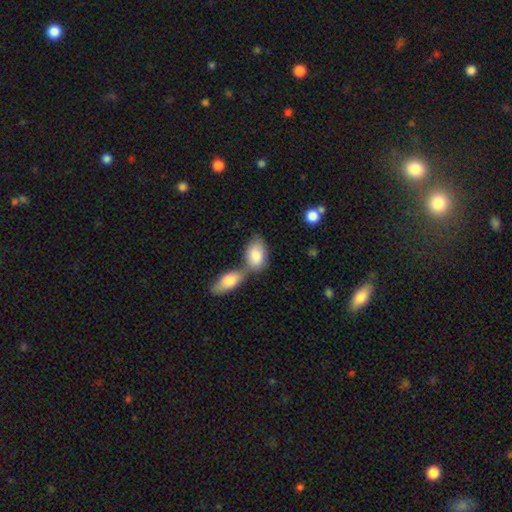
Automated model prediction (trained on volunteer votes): Morphology: type=smooth (84%); roundness=in between (91%); merging=merger (48%).